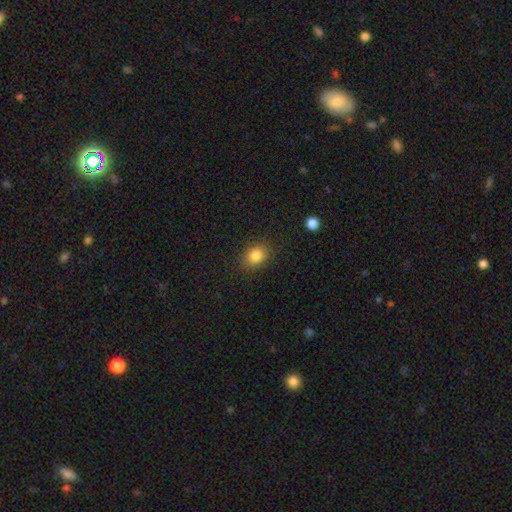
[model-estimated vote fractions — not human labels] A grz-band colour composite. It shows a smooth galaxy with no disk features (83%) that is in between round and cigar-shaped (57%). Merging: none (86%).